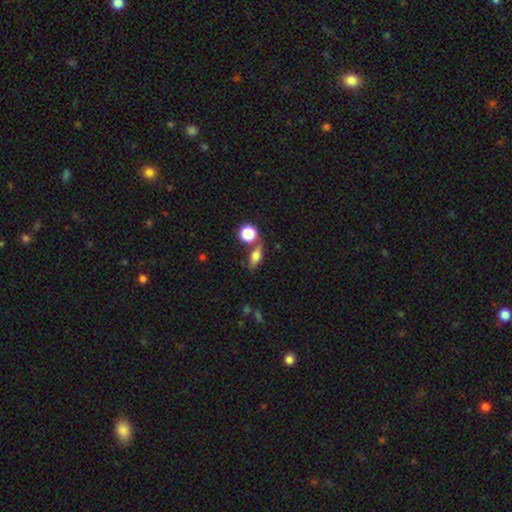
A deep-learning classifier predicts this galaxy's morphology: Smooth or featured?
  - smooth: 62% *
  - featured or disk: 26%
  - star or artifact: 12%
How rounded?
  - in between: 53% *
  - round: 24%
  - cigar-shaped: 23%
Merging?
  - none: 63% *
  - merger: 18%
  - minor disturbance: 14%
  - major disturbance: 5%